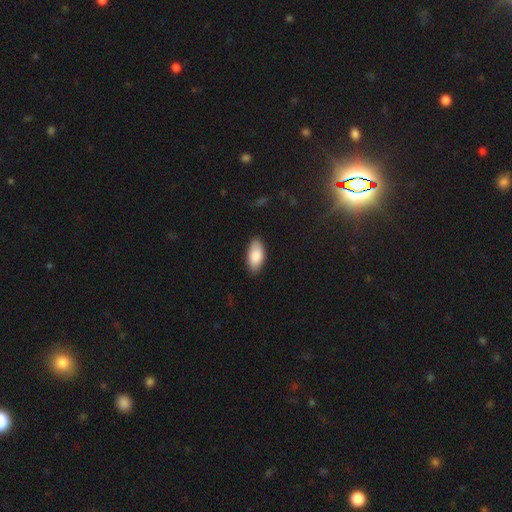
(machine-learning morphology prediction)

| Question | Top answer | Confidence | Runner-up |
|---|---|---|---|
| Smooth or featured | smooth | 88% | featured or disk (6%) |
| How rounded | in between | 94% | cigar-shaped (4%) |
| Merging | none | 84% | minor disturbance (13%) |